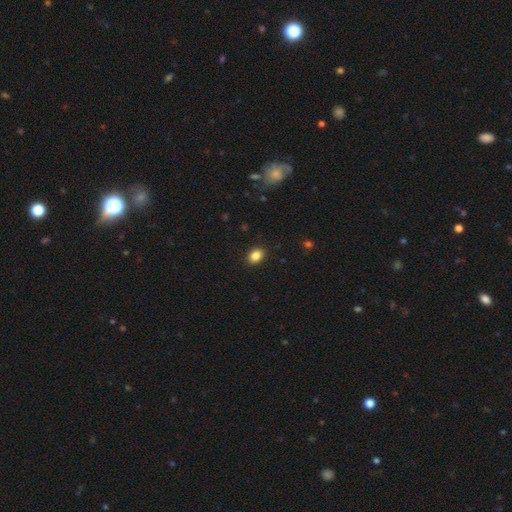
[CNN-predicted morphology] Smooth or featured?
  - smooth: 85% *
  - star or artifact: 10%
  - featured or disk: 5%
How rounded?
  - in between: 66% *
  - round: 33%
  - cigar-shaped: 1%
Merging?
  - none: 90% *
  - minor disturbance: 7%
  - major disturbance: 2%
  - merger: 1%